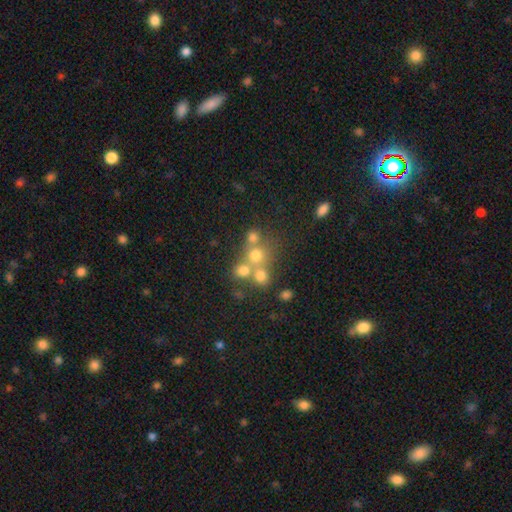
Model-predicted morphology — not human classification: This is possibly a smooth galaxy (59%). How rounded: clearly round (84%). Merging: possibly none (45%).